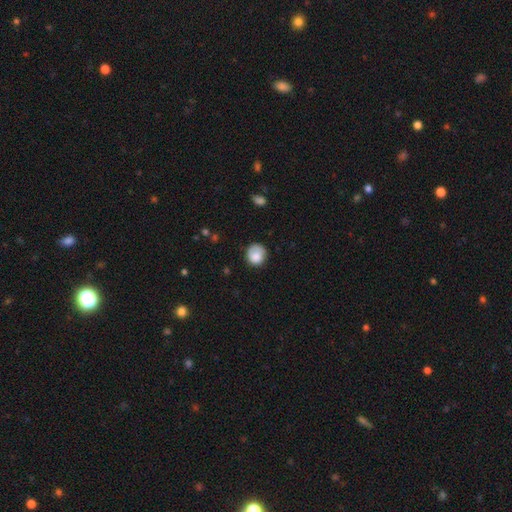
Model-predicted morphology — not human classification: This appears to be a smooth galaxy with no disk features (82%) that is round (85%). Merging: none (69%).